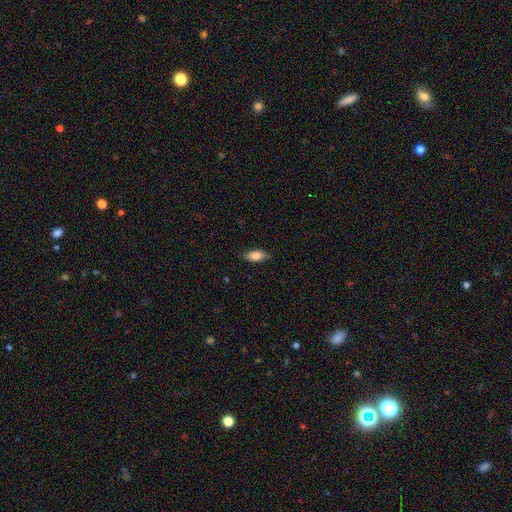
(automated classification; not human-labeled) smooth_or_featured: smooth (p=0.83) [alt: featured or disk p=0.10]
how_rounded: in between (p=0.85) [alt: cigar-shaped p=0.12]
merging: none (p=0.83) [alt: minor disturbance p=0.13]